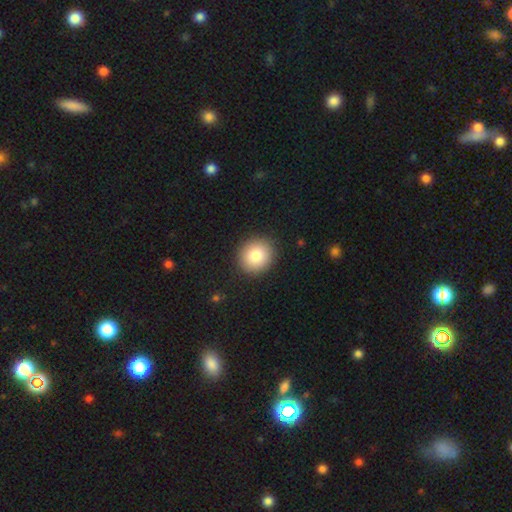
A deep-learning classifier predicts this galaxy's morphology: This is clearly a smooth galaxy (83%). How rounded: clearly round (81%). Merging: clearly none (90%).